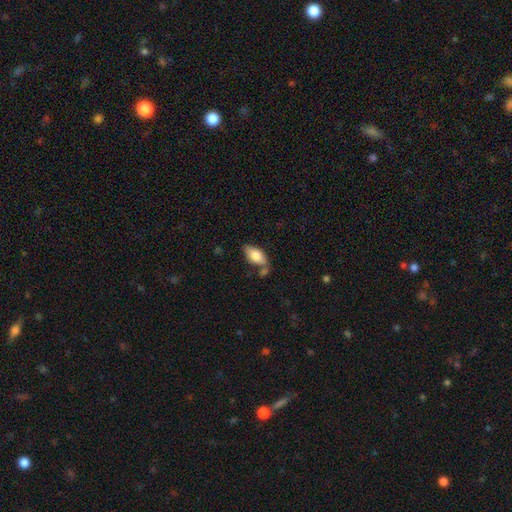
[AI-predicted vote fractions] smooth_or_featured: smooth (p=0.79) [alt: featured or disk p=0.14]
how_rounded: in between (p=0.92) [alt: cigar-shaped p=0.05]
merging: none (p=0.57) [alt: minor disturbance p=0.20]